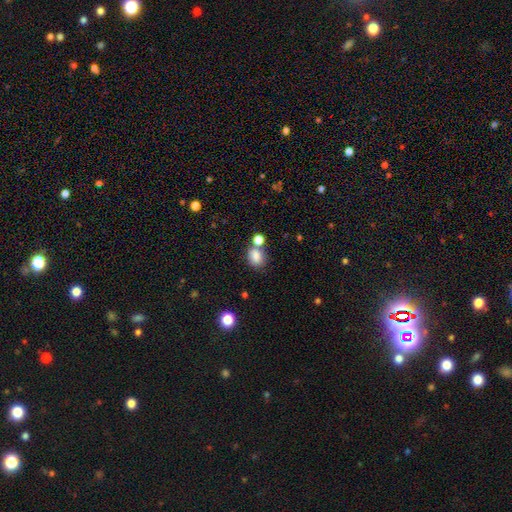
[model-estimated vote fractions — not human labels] Overall: smooth (83%). How rounded: in between (56%; round 43%). Merging: none (60%; merger 21%).